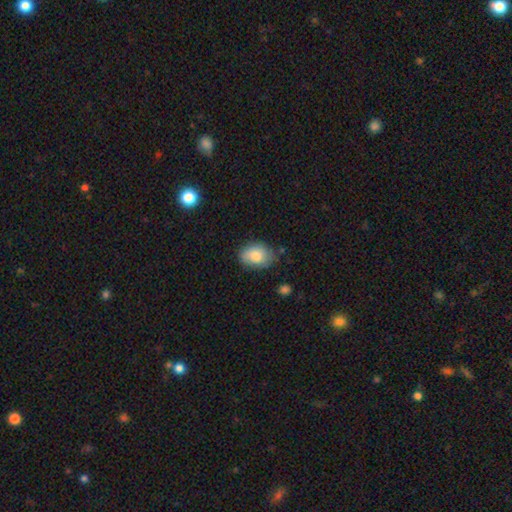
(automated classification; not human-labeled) Morphology: type=smooth (81%); roundness=in between (77%); merging=none (69%).